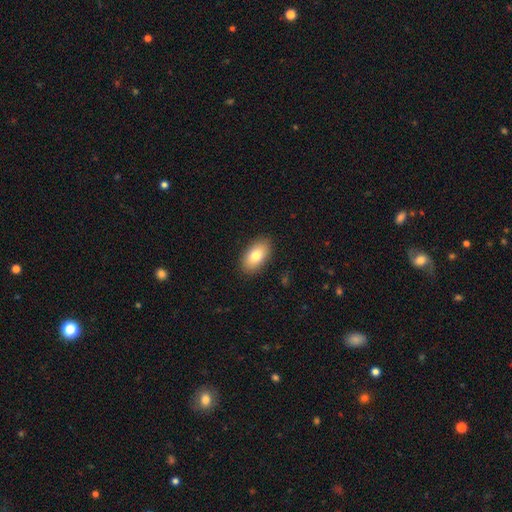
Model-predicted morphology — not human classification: The model was most divided on "smooth or featured": smooth: 79%, featured or disk: 14%, star or artifact: 7%. More confident: how rounded — in between (93%); merging — none (89%).